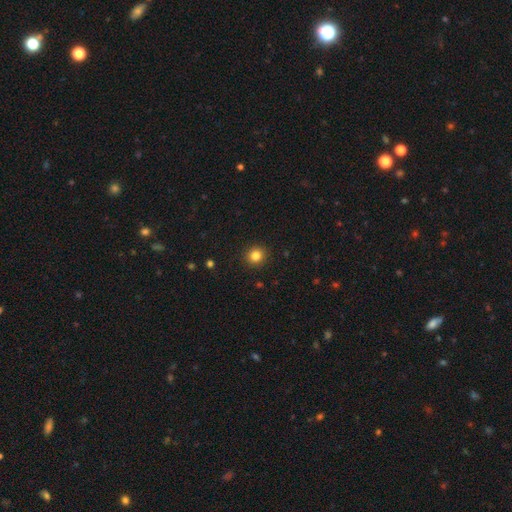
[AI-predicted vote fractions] Smooth or featured? smooth (83%)
How rounded? round (91%)
Merging? none (92%)